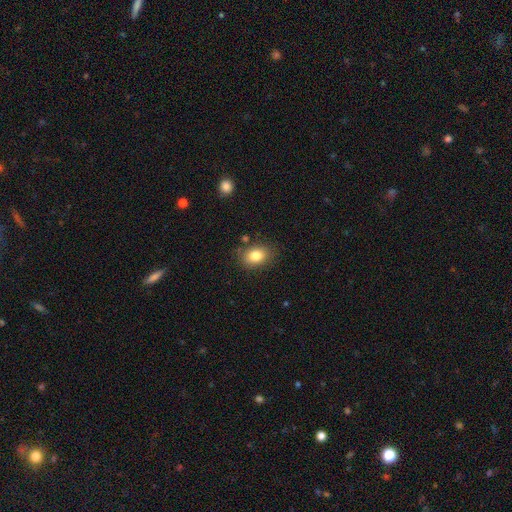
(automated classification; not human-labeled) Smooth or featured?
  - smooth: 82% *
  - star or artifact: 10%
  - featured or disk: 9%
How rounded?
  - in between: 66% *
  - round: 33%
  - cigar-shaped: 1%
Merging?
  - none: 80% *
  - minor disturbance: 13%
  - major disturbance: 3%
  - merger: 3%